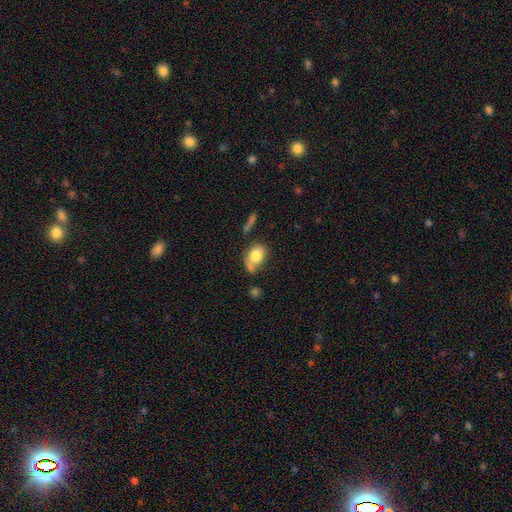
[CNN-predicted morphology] type=smooth (78%); roundness=in between (64%); merging=none (44%).